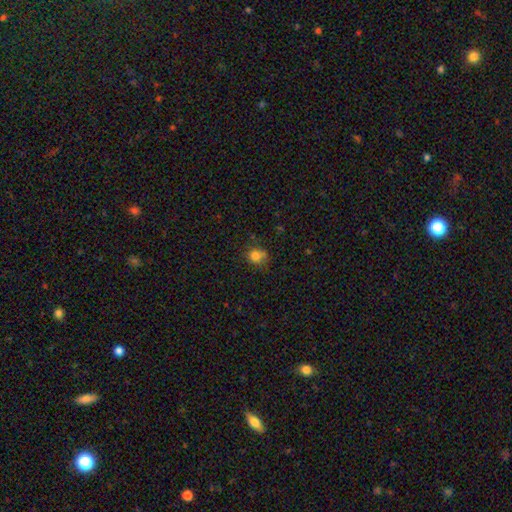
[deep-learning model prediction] This is clearly a smooth galaxy (80%). How rounded: likely round (75%). Merging: likely none (64%).